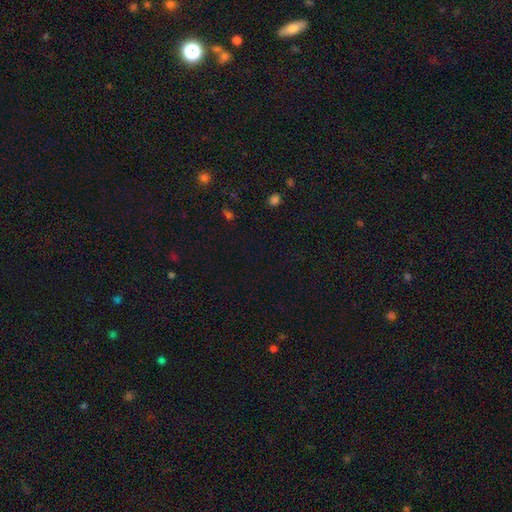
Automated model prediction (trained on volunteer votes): Smooth or featured? Predicted: star or artifact (p=0.68).